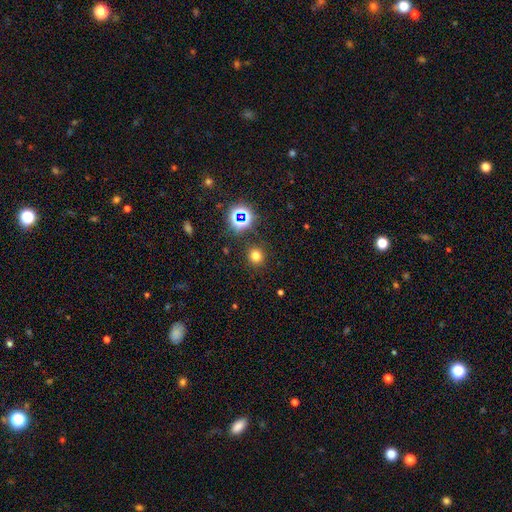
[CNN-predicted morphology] A smooth galaxy with no disk features (70%) that is round (86%). Merging: none (88%).